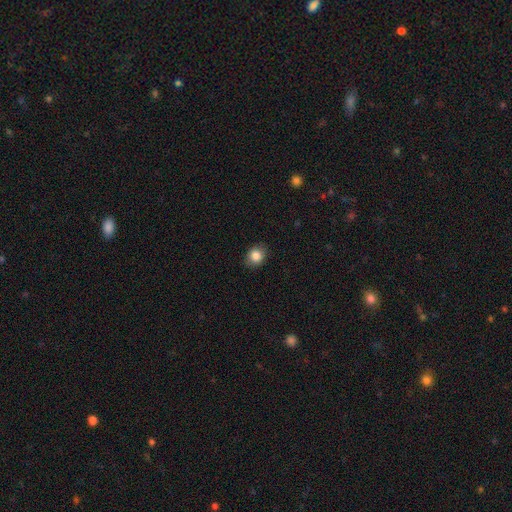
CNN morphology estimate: Smooth or featured?
  - smooth: 85% *
  - star or artifact: 9%
  - featured or disk: 6%
How rounded?
  - round: 52% *
  - in between: 47%
  - cigar-shaped: 1%
Merging?
  - none: 86% *
  - minor disturbance: 10%
  - major disturbance: 2%
  - merger: 1%